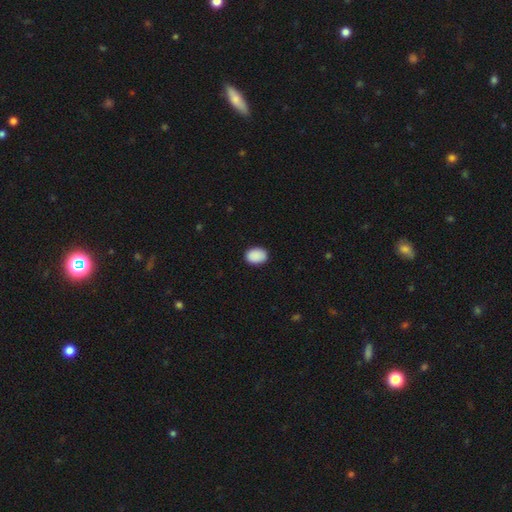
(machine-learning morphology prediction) This appears to be a smooth galaxy with no disk features (91%) that is in between round and cigar-shaped (77%). Merging: none (89%).